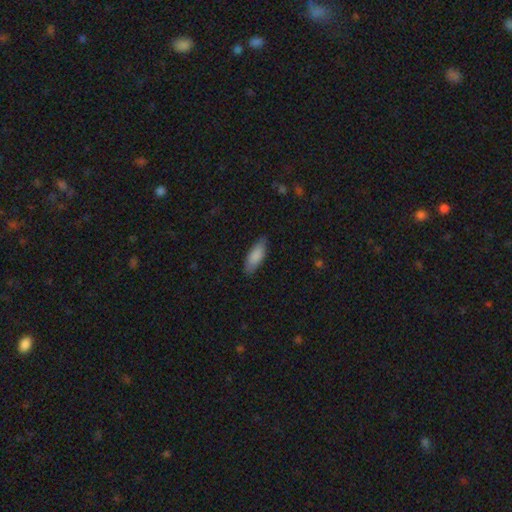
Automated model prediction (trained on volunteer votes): Morphology: type=smooth (87%); roundness=in between (70%); merging=none (84%).